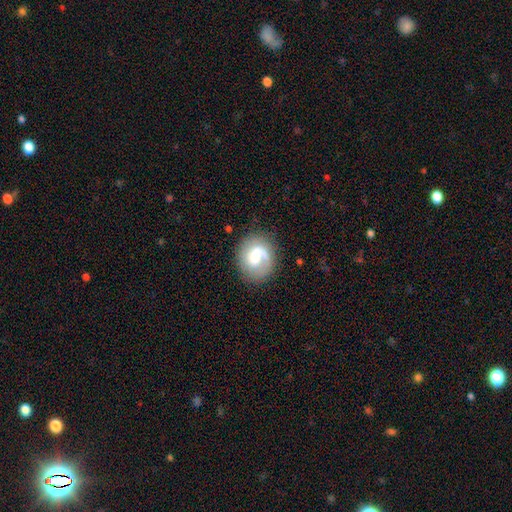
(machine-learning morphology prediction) Overall: featured or disk (67%; smooth 27%). Edge-on disk: no (98%). Bar: weak (46%; no 45%). Spiral arms: yes (90%). Spiral arm count: 1 (63%; 2 26%). Spiral winding: medium (39%; tight 33%). Bulge size: moderate (47%; small 31%). Merging: none (73%).